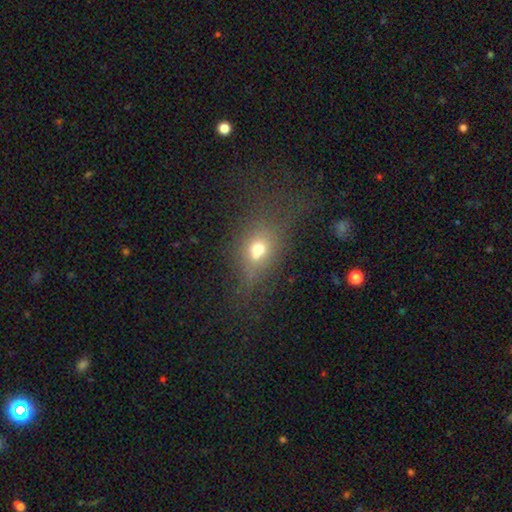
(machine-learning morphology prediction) This appears to be a smooth galaxy with no disk features (47%). Merging: none (61%).